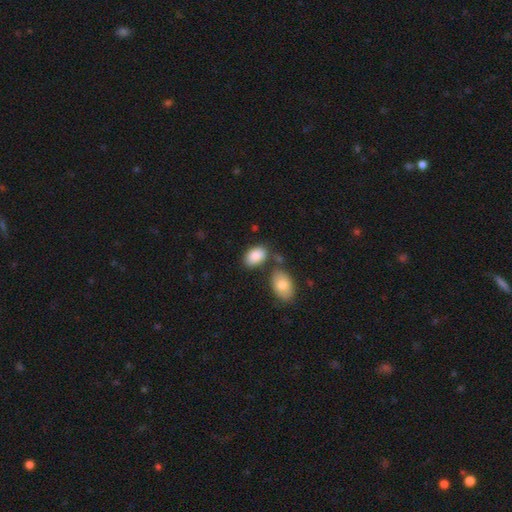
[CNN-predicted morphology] Overall: smooth (87%). How rounded: in between (92%). Merging: none (66%).